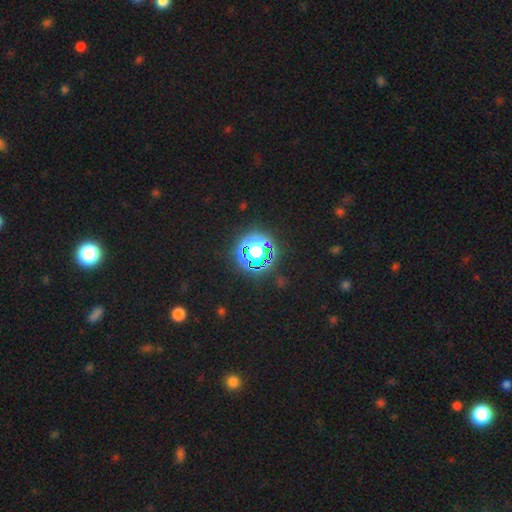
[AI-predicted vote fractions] A star or artifact, not a galaxy (62%).

Vote fractions:
- Smooth or featured? star or artifact: 62% / smooth: 28% / featured or disk: 10%